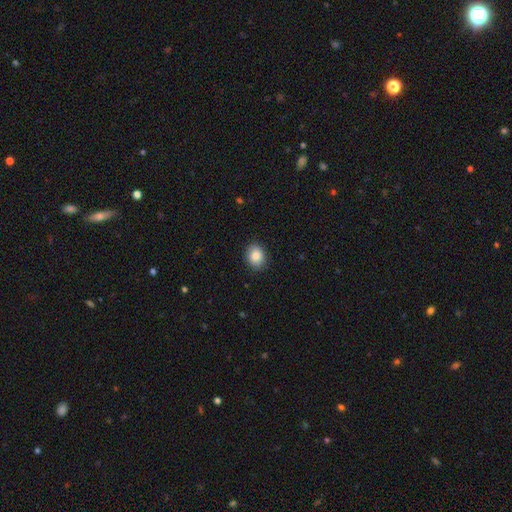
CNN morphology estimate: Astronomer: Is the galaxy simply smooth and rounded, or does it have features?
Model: smooth — 85%.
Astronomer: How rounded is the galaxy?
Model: round — 53% (runner-up: in between, 46%).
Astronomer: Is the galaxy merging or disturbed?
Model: none — 88%.